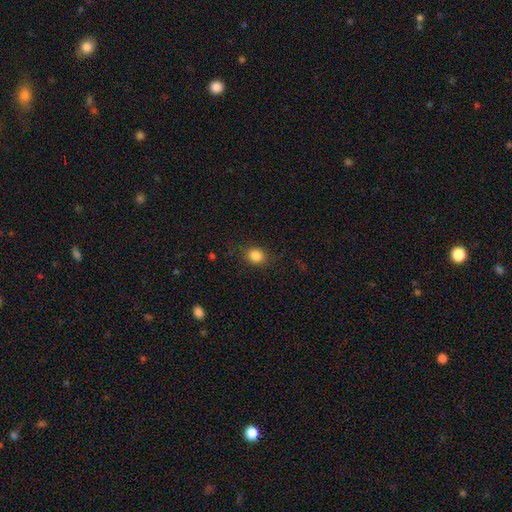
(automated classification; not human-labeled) A smooth galaxy with no disk features (84%) that is round (65%). Merging: none (82%).